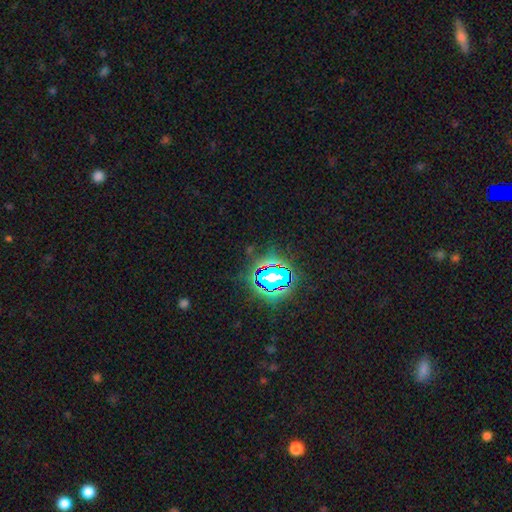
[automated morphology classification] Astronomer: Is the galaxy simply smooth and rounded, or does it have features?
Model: star or artifact — 80%.